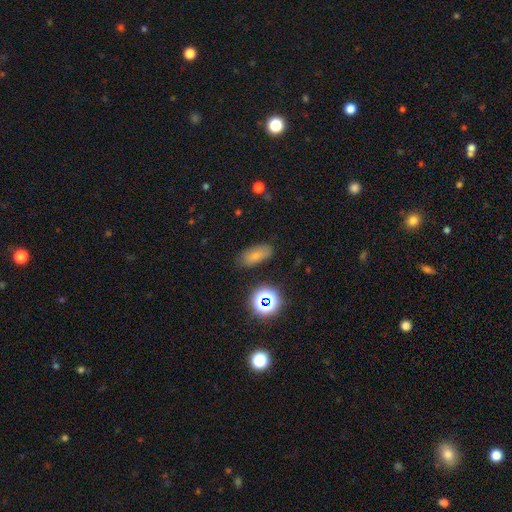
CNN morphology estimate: A smooth galaxy with no disk features (73%) that is in between round and cigar-shaped (83%). Merging: none (78%).